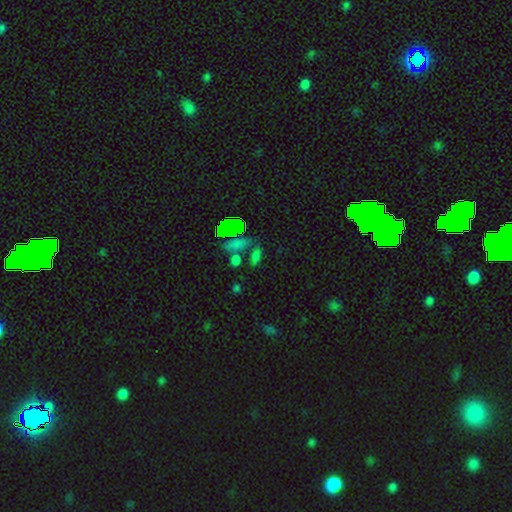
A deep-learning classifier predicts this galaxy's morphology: The model was most divided on "smooth or featured": smooth: 61%, star or artifact: 28%, featured or disk: 10%. More confident: how rounded — in between (69%); merging — none (62%).